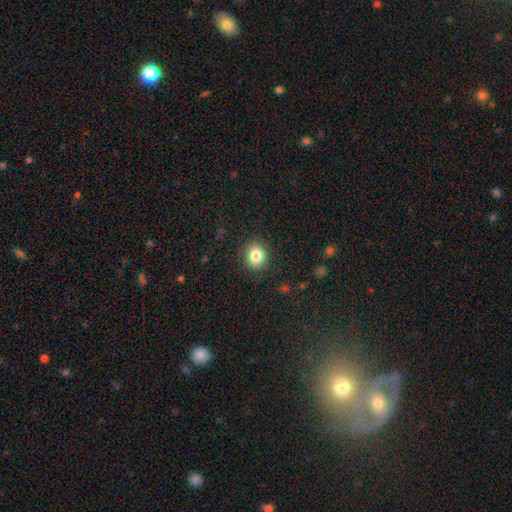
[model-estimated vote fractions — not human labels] Overall: smooth (83%). How rounded: round (71%). Merging: none (89%).